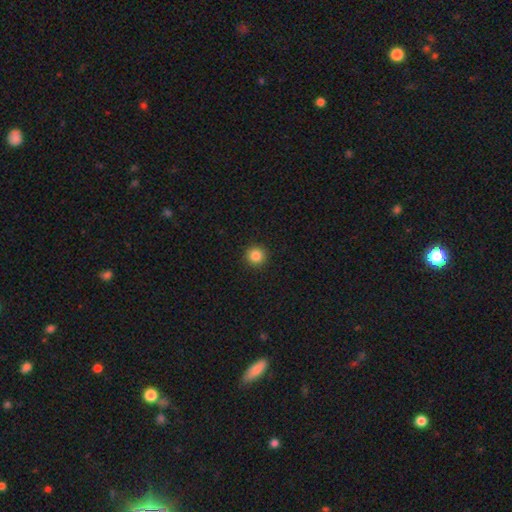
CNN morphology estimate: Q: Smooth or featured?
A: smooth (85%); runner-up: star or artifact (11%)
Q: How rounded?
A: round (95%); runner-up: in between (4%)
Q: Merging?
A: none (93%); runner-up: minor disturbance (5%)